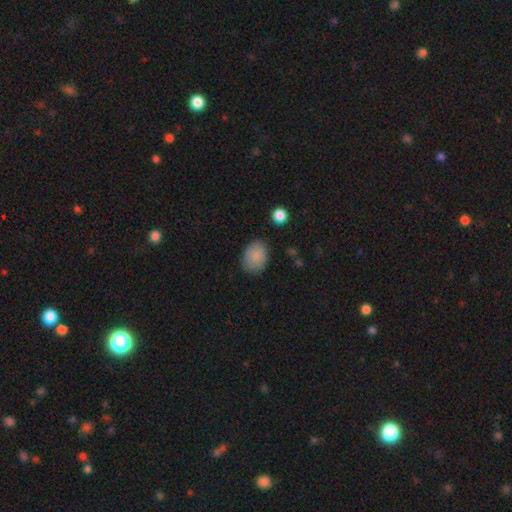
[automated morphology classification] Smooth or featured? Predicted: smooth (p=0.85). How rounded? Predicted: in between (p=0.69). Merging? Predicted: none (p=0.79).